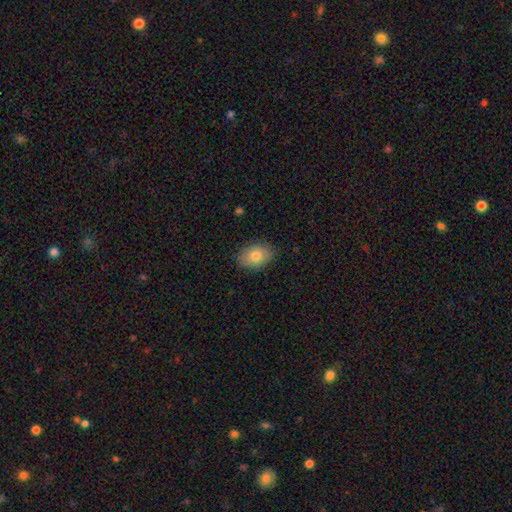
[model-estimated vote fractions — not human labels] Smooth or featured? smooth (78%)
How rounded? in between (83%)
Merging? none (86%)